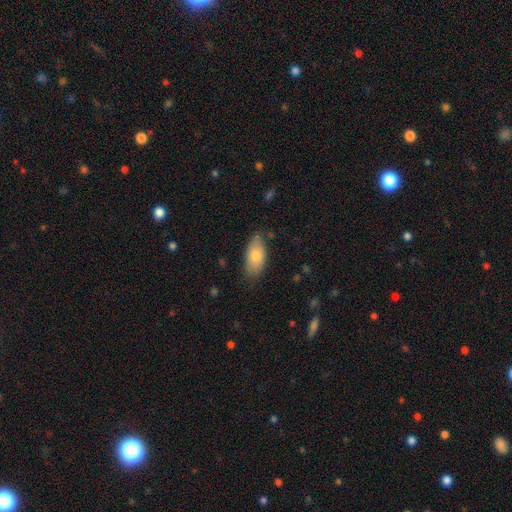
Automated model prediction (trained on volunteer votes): Smooth or featured? smooth (77%)
How rounded? in between (91%)
Merging? none (74%)